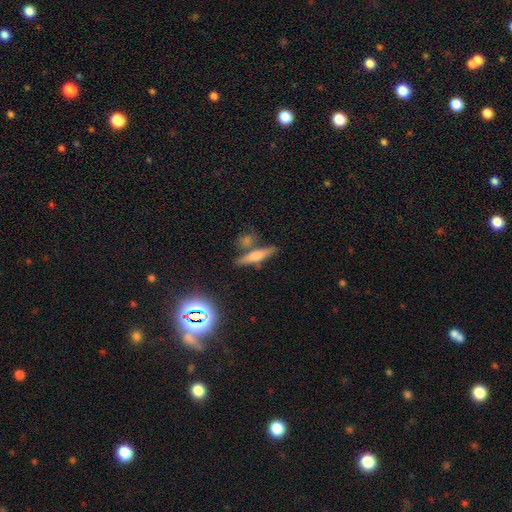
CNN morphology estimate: Smooth or featured? Predicted: smooth (p=0.47). Merging? Predicted: none (p=0.73).